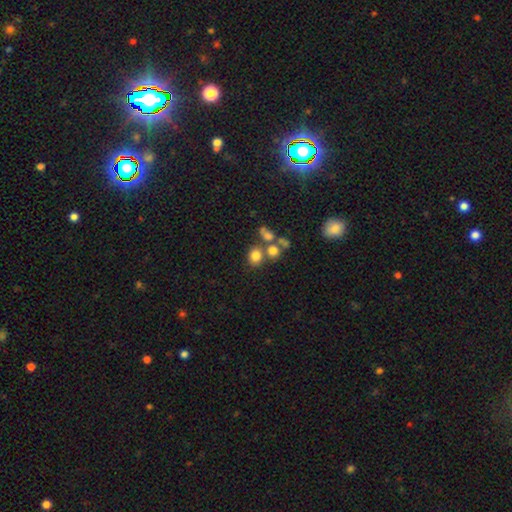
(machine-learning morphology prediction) A smooth galaxy with no disk features (76%) that is round (66%).

Vote fractions:
- Smooth or featured? smooth: 76% / star or artifact: 13% / featured or disk: 11%
- How rounded? round: 66% / in between: 33% / cigar-shaped: 1%
- Merging? none: 55% / merger: 29% / minor disturbance: 11% / major disturbance: 6%